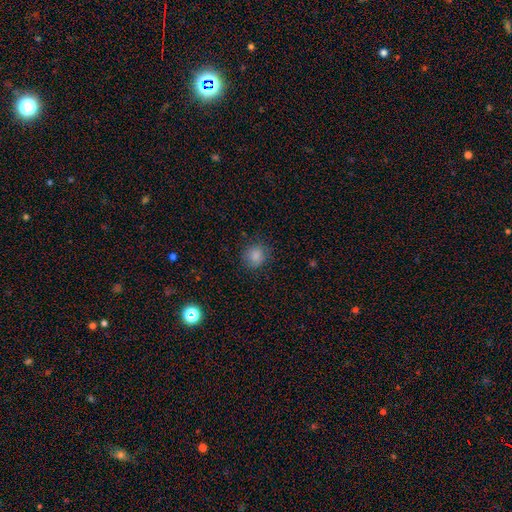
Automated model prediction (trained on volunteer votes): Overall: smooth (85%). How rounded: round (84%). Merging: none (84%).